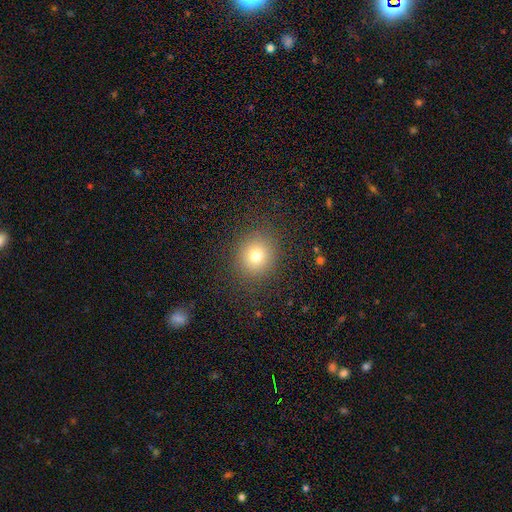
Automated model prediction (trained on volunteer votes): smooth 75%, star or artifact 15%, featured or disk 10%. Down the decision tree: how rounded — round (84%); merging — none (87%).